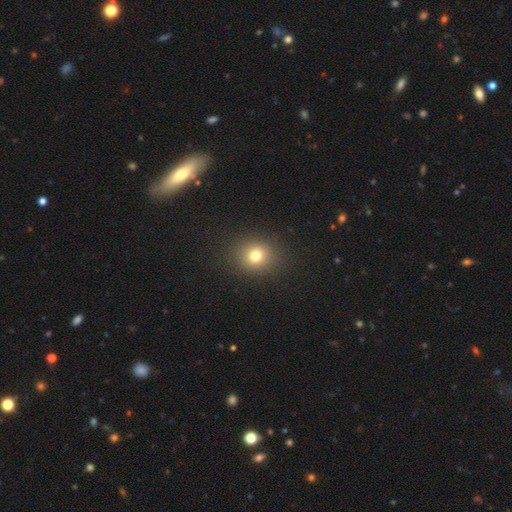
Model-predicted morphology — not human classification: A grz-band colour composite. It shows a smooth galaxy with no disk features (77%) that is round (76%). Merging: none (89%).